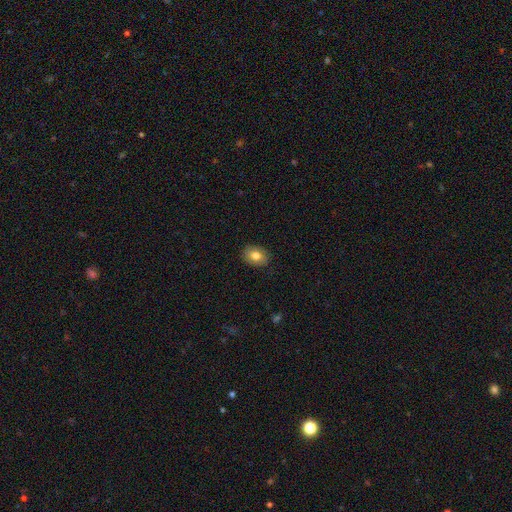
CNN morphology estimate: Overall: smooth (80%). How rounded: in between (66%; round 34%). Merging: none (89%).